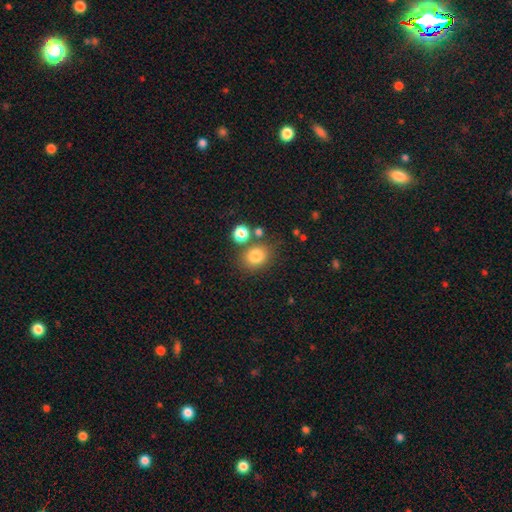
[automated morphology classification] The model was most divided on "how rounded": round: 64%, in between: 35%, cigar-shaped: 1%. More confident: smooth or featured — smooth (81%); merging — none (71%).